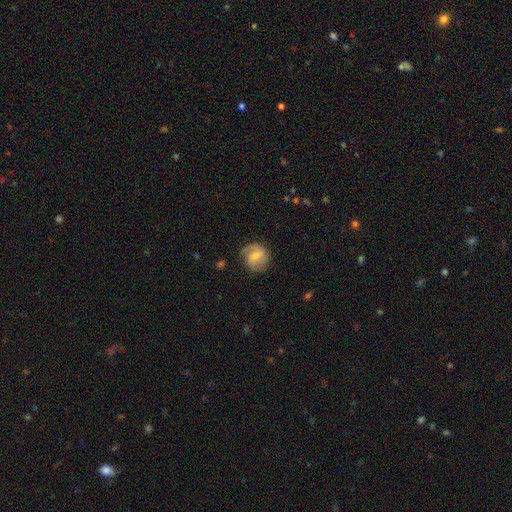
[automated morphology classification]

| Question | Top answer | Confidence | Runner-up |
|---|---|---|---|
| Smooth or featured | featured or disk | 61% | smooth (32%) |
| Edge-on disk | no | 97% | yes (3%) |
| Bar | weak | 51% | no (33%) |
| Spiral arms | yes | 90% | no (10%) |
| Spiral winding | medium | 46% | loose (27%) |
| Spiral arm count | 2 | 73% | can't tell (11%) |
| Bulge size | small | 51% | moderate (38%) |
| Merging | none | 73% | minor disturbance (19%) |